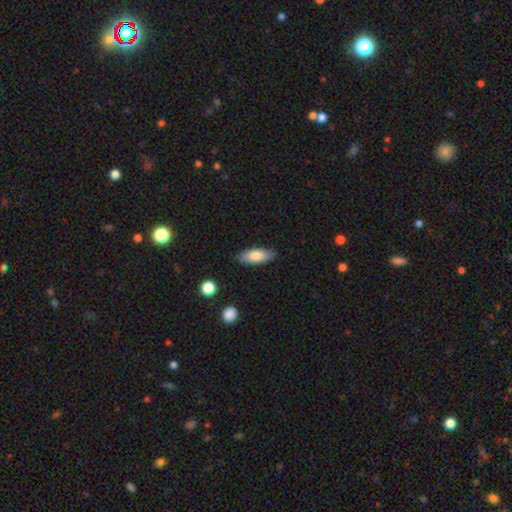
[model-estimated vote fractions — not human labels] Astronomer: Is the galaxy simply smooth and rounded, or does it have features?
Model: smooth — 80%.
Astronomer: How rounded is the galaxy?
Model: in between — 75%.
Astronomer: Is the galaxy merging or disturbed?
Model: none — 84%.